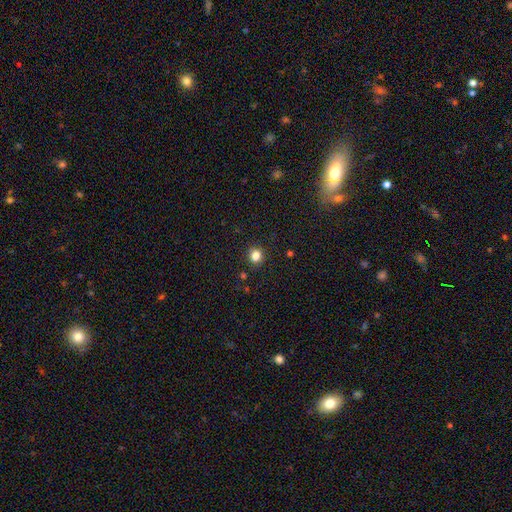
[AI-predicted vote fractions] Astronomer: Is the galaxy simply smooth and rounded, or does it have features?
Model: smooth — 83%.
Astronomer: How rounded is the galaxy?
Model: round — 86%.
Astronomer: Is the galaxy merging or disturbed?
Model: none — 90%.